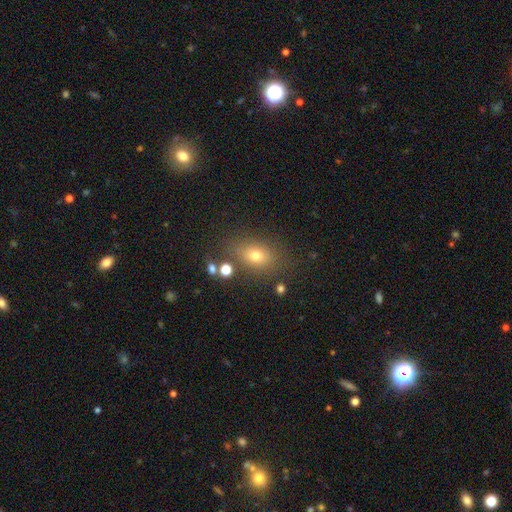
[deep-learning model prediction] smooth 71%, star or artifact 16%, featured or disk 13%. Down the decision tree: how rounded — in between (67%); merging — none (76%).